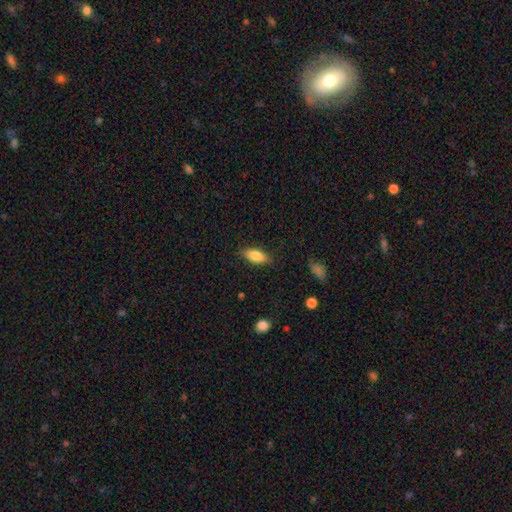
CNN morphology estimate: The model was most divided on "how rounded": in between: 79%, cigar-shaped: 18%, round: 3%. More confident: merging — none (83%); smooth or featured — smooth (82%).